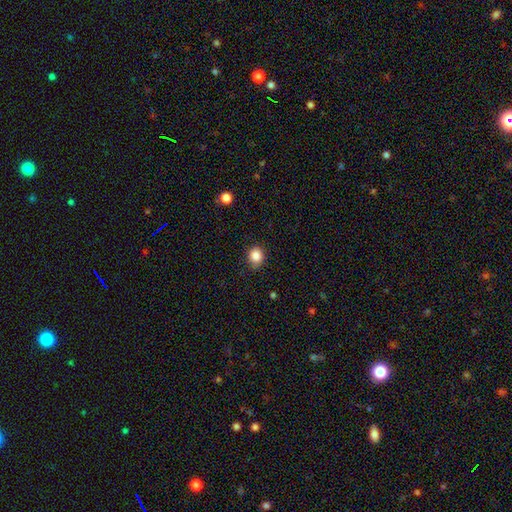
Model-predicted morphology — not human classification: Q: Smooth or featured?
A: smooth (87%); runner-up: star or artifact (10%)
Q: How rounded?
A: round (78%); runner-up: in between (21%)
Q: Merging?
A: none (82%); runner-up: minor disturbance (13%)